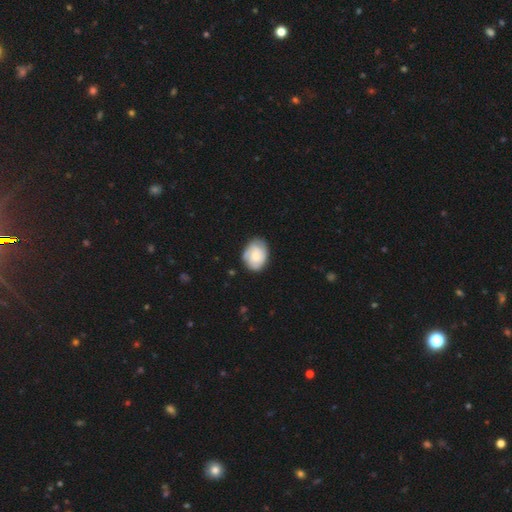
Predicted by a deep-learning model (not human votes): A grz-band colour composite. It shows a smooth galaxy with no disk features (63%) that is in between round and cigar-shaped (61%). Merging: none (73%).